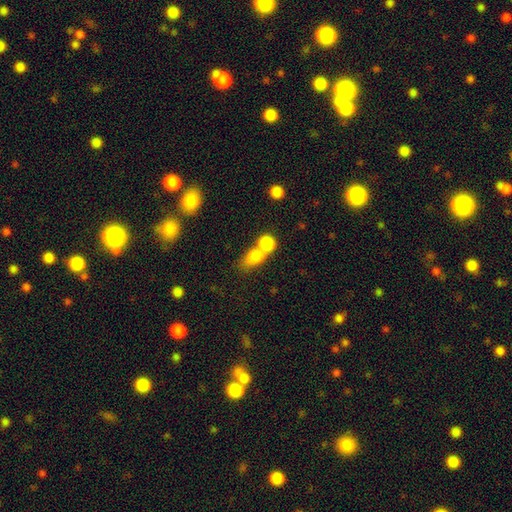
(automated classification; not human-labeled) Smooth or featured? Predicted: smooth (p=0.79). How rounded? Predicted: in between (p=0.58). Merging? Predicted: merger (p=0.63).